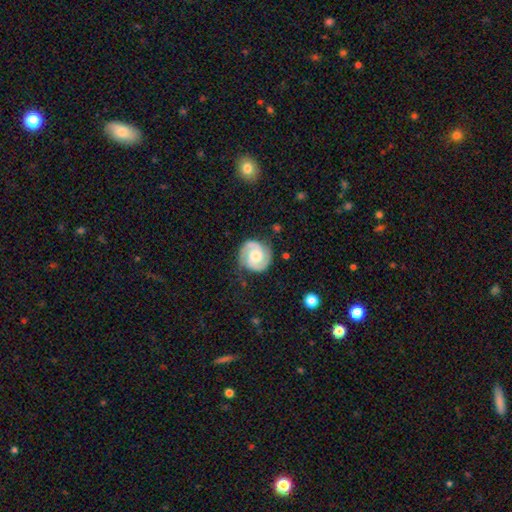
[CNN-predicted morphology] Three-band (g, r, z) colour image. It shows a featured or disk galaxy (84%) with no bar (58%), 2 (92%) tight (51%) spiral arms (97%) and a moderate central bulge (57%). Merging: none (79%).